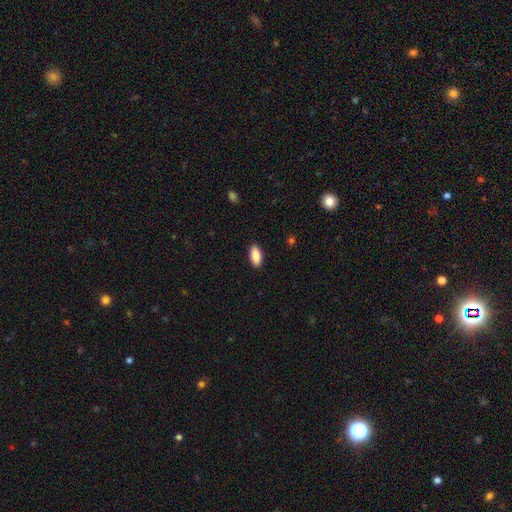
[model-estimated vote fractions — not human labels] Q: Smooth or featured?
A: smooth (89%); runner-up: star or artifact (6%)
Q: How rounded?
A: in between (91%); runner-up: cigar-shaped (7%)
Q: Merging?
A: none (90%); runner-up: minor disturbance (7%)